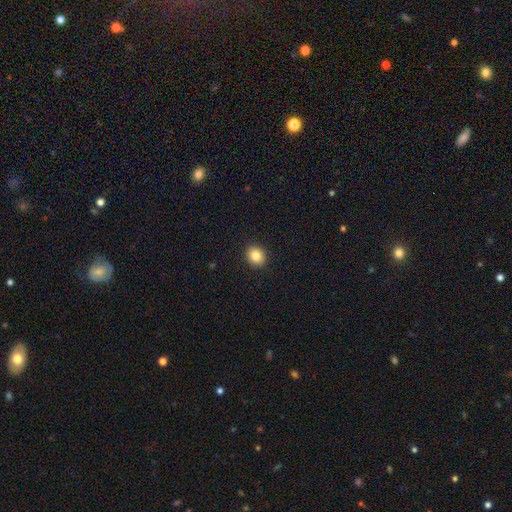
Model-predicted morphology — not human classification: smooth_or_featured: smooth (p=0.85) [alt: star or artifact p=0.09]
how_rounded: round (p=0.65) [alt: in between p=0.34]
merging: none (p=0.91) [alt: minor disturbance p=0.06]